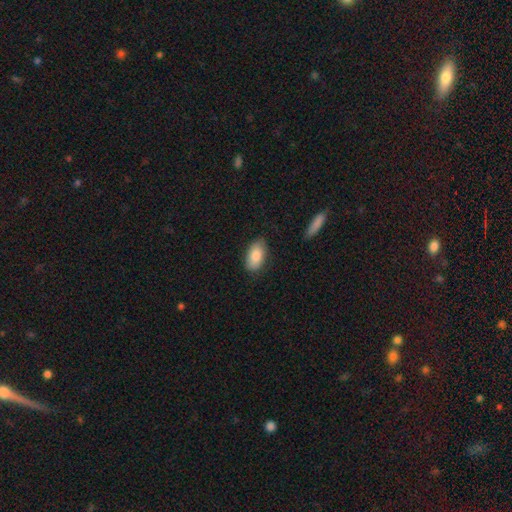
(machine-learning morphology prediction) Smooth or featured? smooth (84%)
How rounded? in between (94%)
Merging? none (81%)